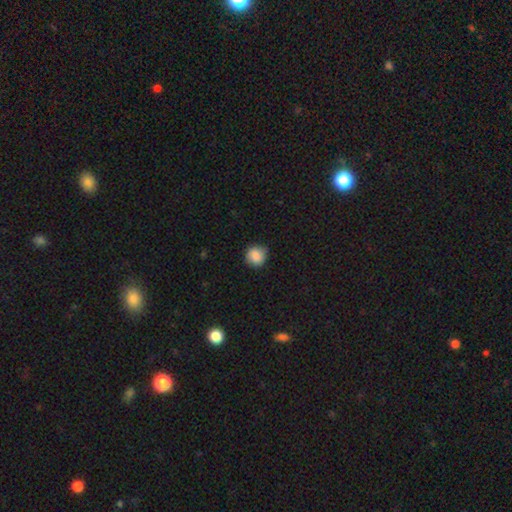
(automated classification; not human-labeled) Smooth or featured: smooth — 86% (star or artifact — 8%)
How rounded: round — 89% (in between — 10%)
Merging: none — 81% (minor disturbance — 15%)